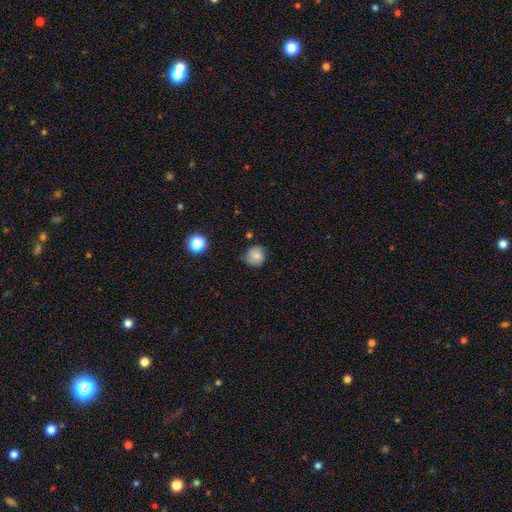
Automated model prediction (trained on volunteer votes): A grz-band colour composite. It shows a smooth galaxy with no disk features (80%) that is round (88%). Merging: none (73%).